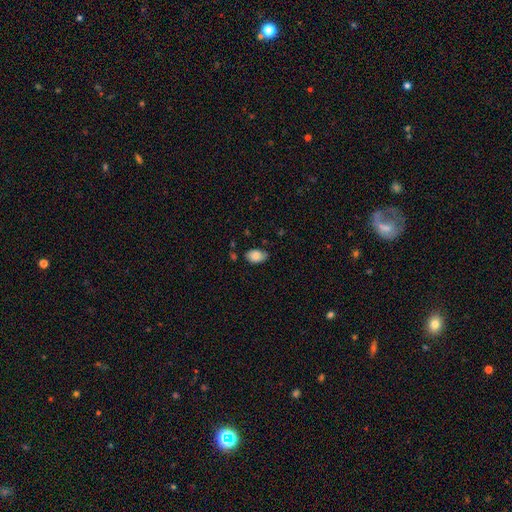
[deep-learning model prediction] Smooth or featured? Predicted: smooth (p=0.82). How rounded? Predicted: in between (p=0.88). Merging? Predicted: none (p=0.66).